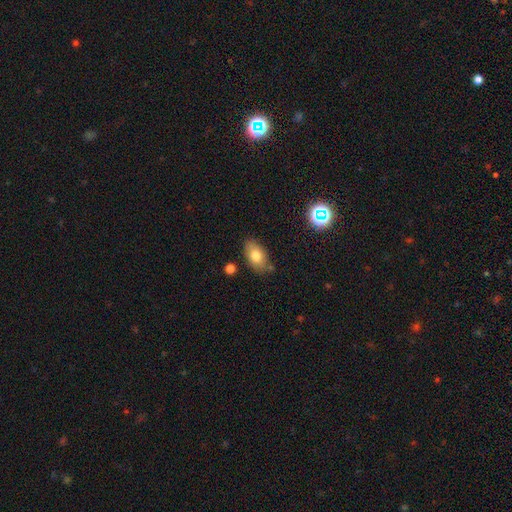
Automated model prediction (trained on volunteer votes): Smooth or featured?
  - smooth: 78% *
  - featured or disk: 13%
  - star or artifact: 9%
How rounded?
  - in between: 90% *
  - round: 8%
  - cigar-shaped: 2%
Merging?
  - none: 76% *
  - minor disturbance: 16%
  - merger: 5%
  - major disturbance: 3%